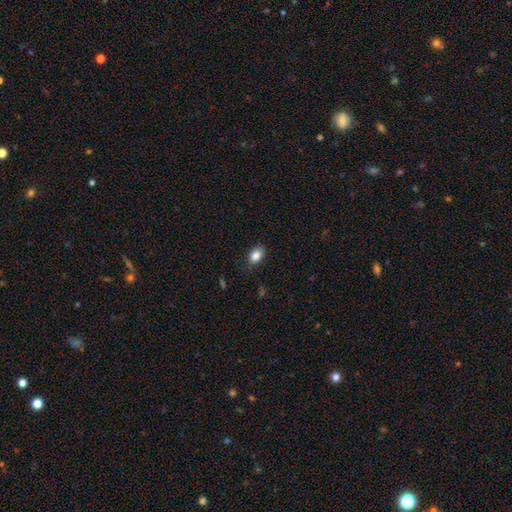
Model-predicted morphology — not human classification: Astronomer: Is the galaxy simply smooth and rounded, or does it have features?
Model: smooth — 85%.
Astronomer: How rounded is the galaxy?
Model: in between — 83%.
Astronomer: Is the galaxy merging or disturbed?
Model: none — 80%.